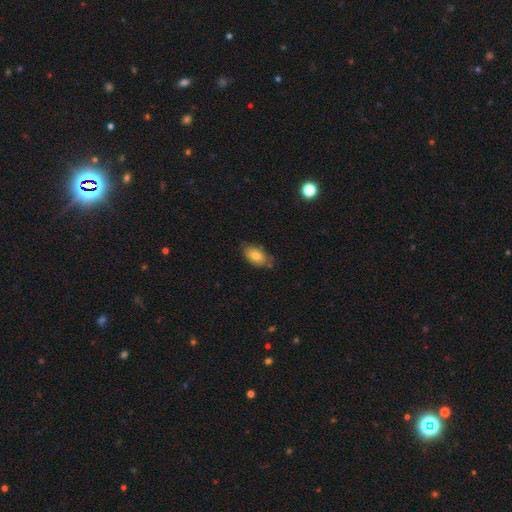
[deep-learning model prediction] Smooth or featured: smooth — 80% (featured or disk — 13%)
How rounded: in between — 90% (round — 8%)
Merging: none — 70% (minor disturbance — 23%)